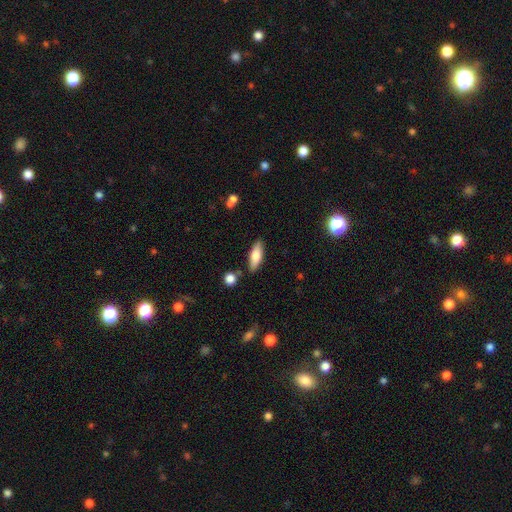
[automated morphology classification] Smooth or featured: smooth — 70% (featured or disk — 23%)
How rounded: in between — 64% (cigar-shaped — 34%)
Merging: none — 81% (minor disturbance — 12%)